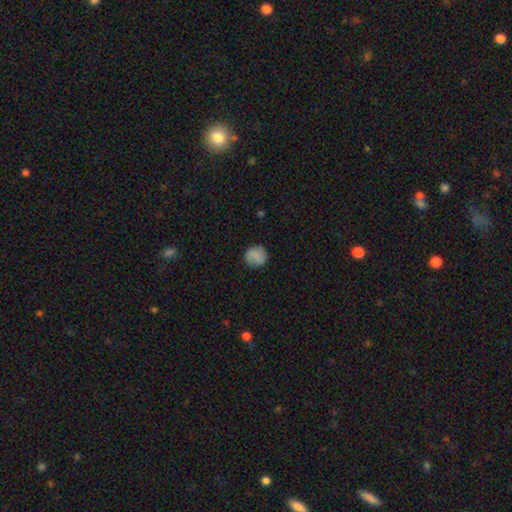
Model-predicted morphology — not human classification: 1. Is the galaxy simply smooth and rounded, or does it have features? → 77% smooth, 14% featured or disk, 9% star or artifact.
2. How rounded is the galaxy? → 89% round, 10% in between, 1% cigar-shaped.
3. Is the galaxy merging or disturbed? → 82% none, 13% minor disturbance, 4% major disturbance, 1% merger.